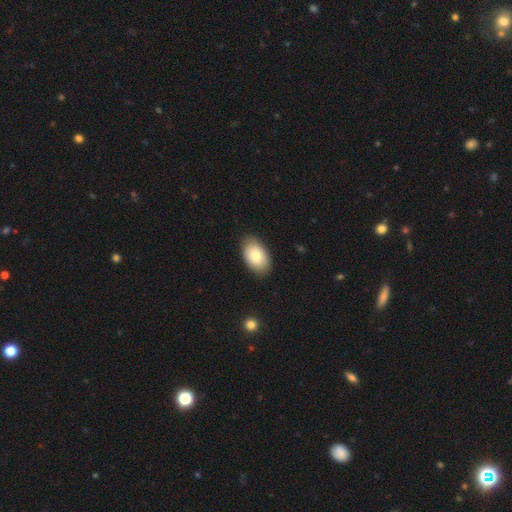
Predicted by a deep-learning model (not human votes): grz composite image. It shows a smooth galaxy with no disk features (82%) that is in between round and cigar-shaped (93%). Merging: none (86%).